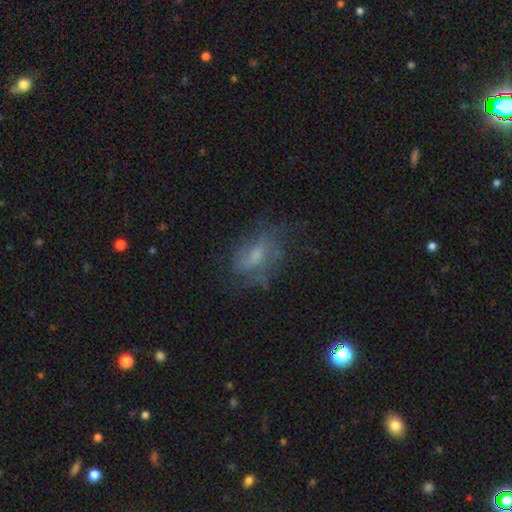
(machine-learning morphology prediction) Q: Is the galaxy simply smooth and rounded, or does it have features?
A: featured or disk — 49%.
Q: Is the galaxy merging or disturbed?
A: none — 53%.